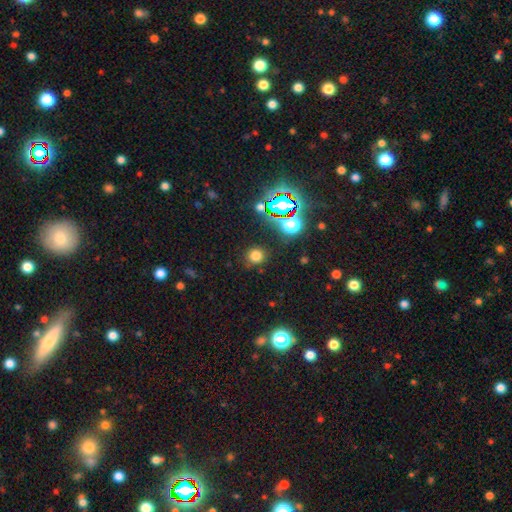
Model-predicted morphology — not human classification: A smooth galaxy with no disk features (73%) that is round (90%). Merging: none (86%).